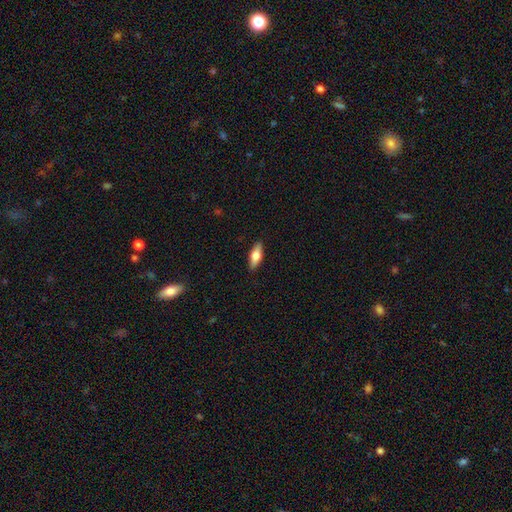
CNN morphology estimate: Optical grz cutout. It shows a smooth galaxy with no disk features (64%) that is in between round and cigar-shaped (62%). Merging: none (89%).